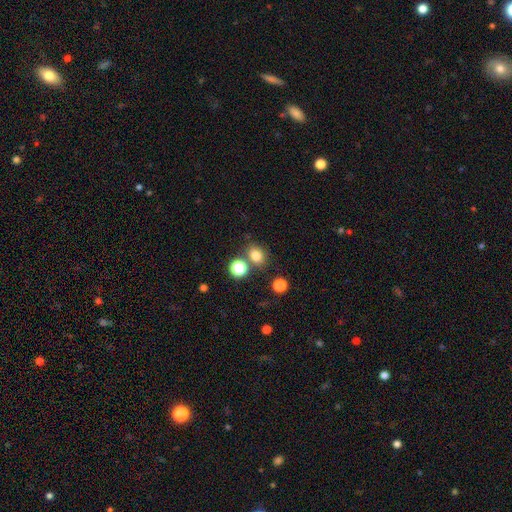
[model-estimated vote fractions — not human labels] Smooth or featured?
  - smooth: 78% *
  - star or artifact: 16%
  - featured or disk: 6%
How rounded?
  - round: 54% *
  - in between: 45%
  - cigar-shaped: 1%
Merging?
  - none: 71% *
  - merger: 14%
  - minor disturbance: 11%
  - major disturbance: 4%